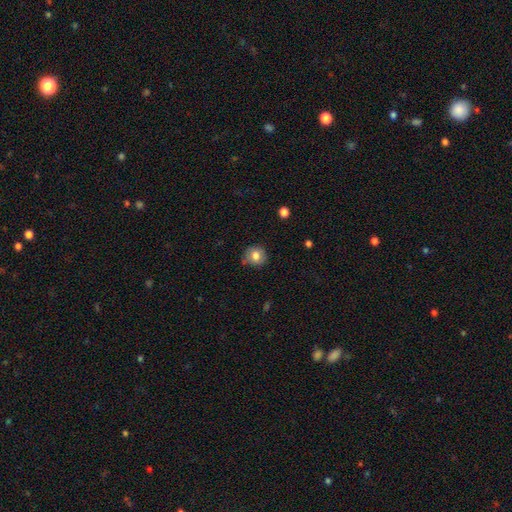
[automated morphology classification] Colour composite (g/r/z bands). It shows a smooth galaxy with no disk features (78%) that is round (86%). Merging: none (80%).